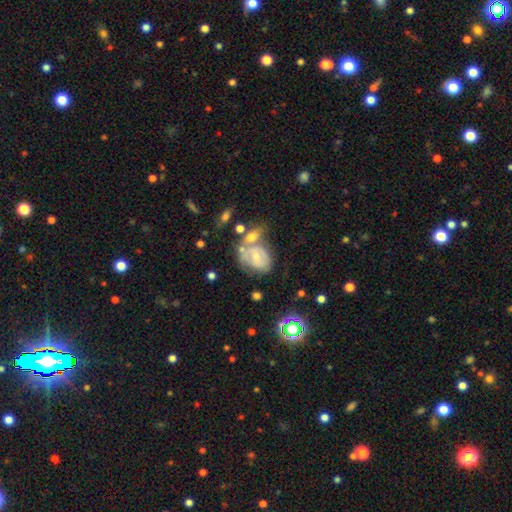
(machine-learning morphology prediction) Smooth or featured: featured or disk — 55% (smooth — 35%)
Edge-on disk: no — 96% (yes — 4%)
Bar: no — 69% (weak — 25%)
Spiral arms: yes — 63% (no — 37%)
Bulge size: small — 59% (moderate — 33%)
Merging: none — 35% (merger — 30%)